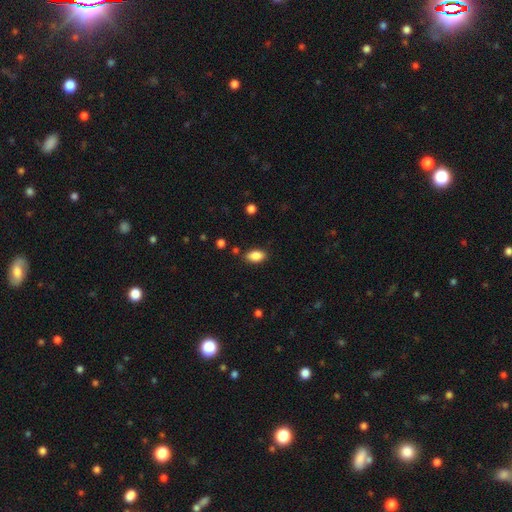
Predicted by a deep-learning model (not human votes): A smooth galaxy with no disk features (87%) that is in between round and cigar-shaped (91%). Merging: none (84%).